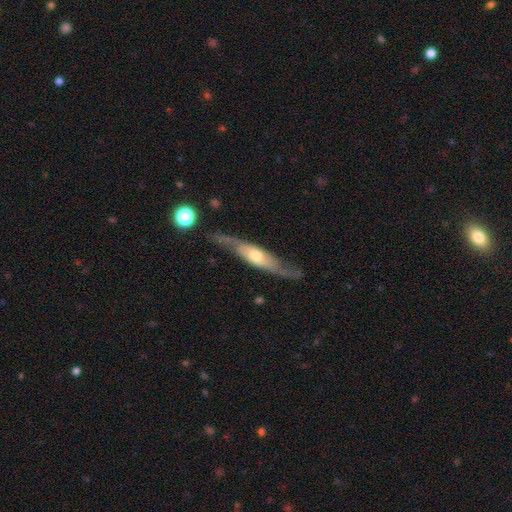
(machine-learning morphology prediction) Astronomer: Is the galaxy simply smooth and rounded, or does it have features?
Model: featured or disk — 75%.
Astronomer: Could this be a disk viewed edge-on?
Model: yes — 53% (runner-up: no, 47%).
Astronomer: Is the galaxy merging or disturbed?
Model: none — 69%.